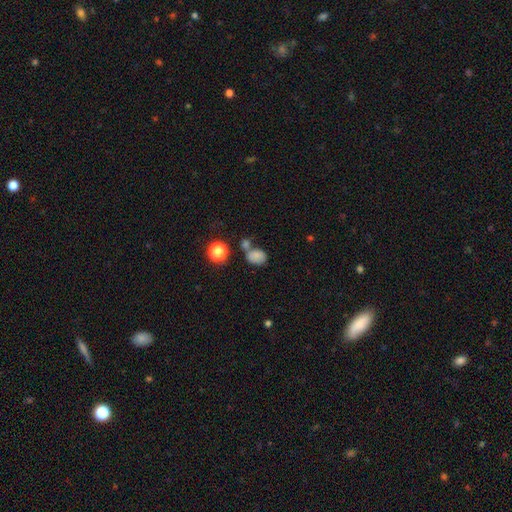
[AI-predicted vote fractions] smooth 79%, star or artifact 13%, featured or disk 8%. Down the decision tree: how rounded — in between (65%); merging — none (49%).